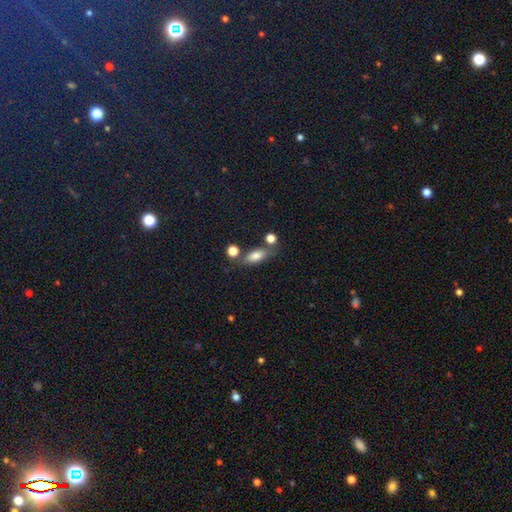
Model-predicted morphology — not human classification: smooth 76%, featured or disk 15%, star or artifact 9%. Down the decision tree: how rounded — in between (73%); merging — none (65%).